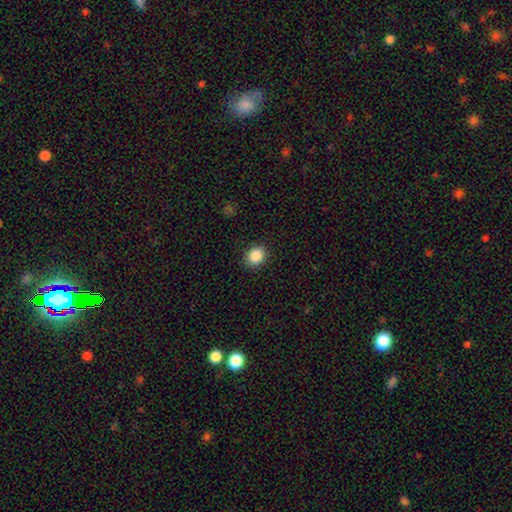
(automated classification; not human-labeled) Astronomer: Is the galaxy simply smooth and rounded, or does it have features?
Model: smooth — 87%.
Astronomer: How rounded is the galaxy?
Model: round — 55% (runner-up: in between, 44%).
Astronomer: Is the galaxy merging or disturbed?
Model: none — 89%.